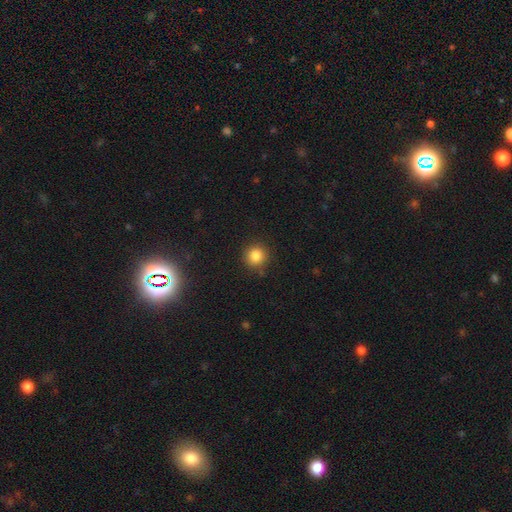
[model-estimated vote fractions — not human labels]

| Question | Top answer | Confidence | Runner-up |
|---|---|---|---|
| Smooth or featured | smooth | 84% | star or artifact (11%) |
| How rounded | round | 92% | in between (7%) |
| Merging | none | 87% | minor disturbance (9%) |